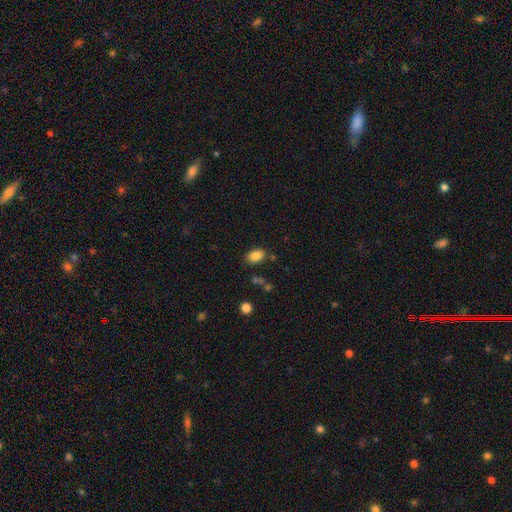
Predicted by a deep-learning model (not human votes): Morphology: type=smooth (85%); roundness=in between (86%); merging=none (80%).